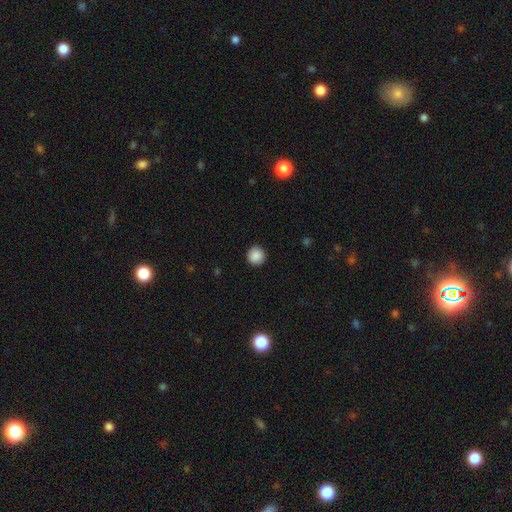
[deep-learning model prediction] smooth_or_featured: smooth (p=0.89) [alt: star or artifact p=0.09]
how_rounded: round (p=0.94) [alt: in between p=0.05]
merging: none (p=0.92) [alt: minor disturbance p=0.05]